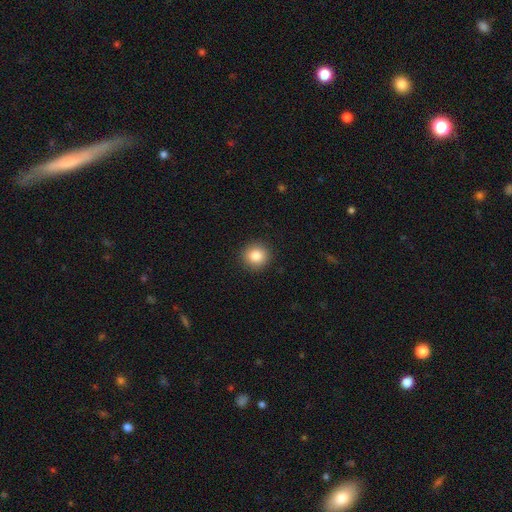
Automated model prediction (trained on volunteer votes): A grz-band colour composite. It shows a smooth galaxy with no disk features (84%) that is round (92%). Merging: none (92%).